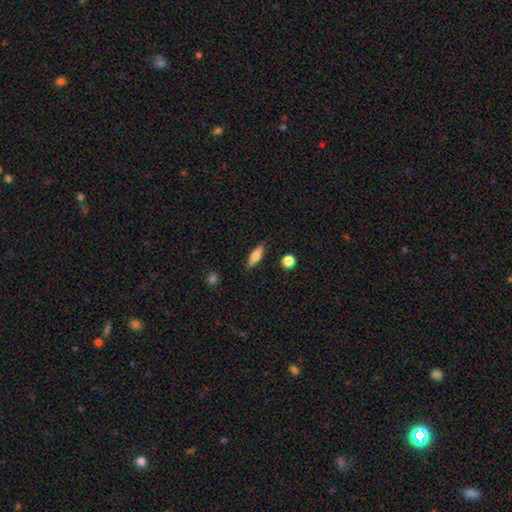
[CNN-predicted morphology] Smooth or featured: smooth — 72% (featured or disk — 20%)
How rounded: in between — 50% (cigar-shaped — 47%)
Merging: none — 86% (minor disturbance — 10%)